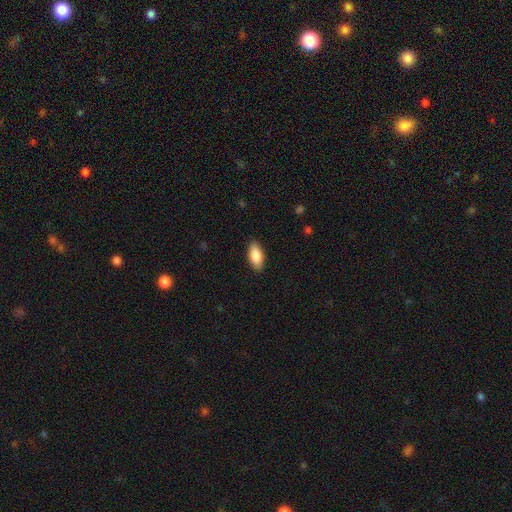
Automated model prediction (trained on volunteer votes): A smooth galaxy with no disk features (86%) that is in between round and cigar-shaped (89%).

Vote fractions:
- Smooth or featured? smooth: 86% / featured or disk: 8% / star or artifact: 6%
- How rounded? in between: 89% / cigar-shaped: 9% / round: 2%
- Merging? none: 89% / minor disturbance: 8% / major disturbance: 2% / merger: 1%